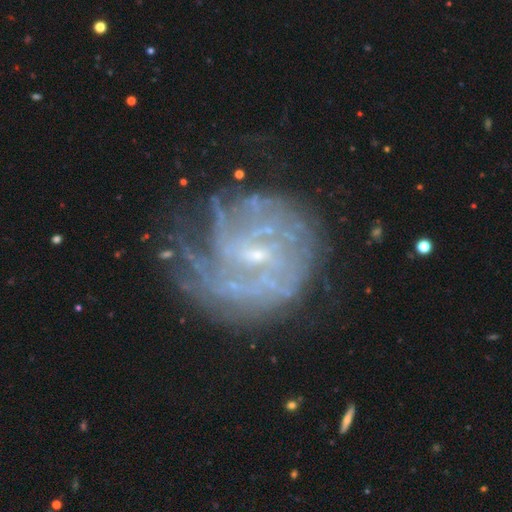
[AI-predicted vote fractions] Smooth or featured? featured or disk (77%)
Edge-on disk? no (98%)
Bar? weak (49%)
Spiral arms? yes (78%)
Spiral winding? tight (52%)
Spiral arm count? can't tell (50%)
Bulge size? small (71%)
Merging? none (54%)